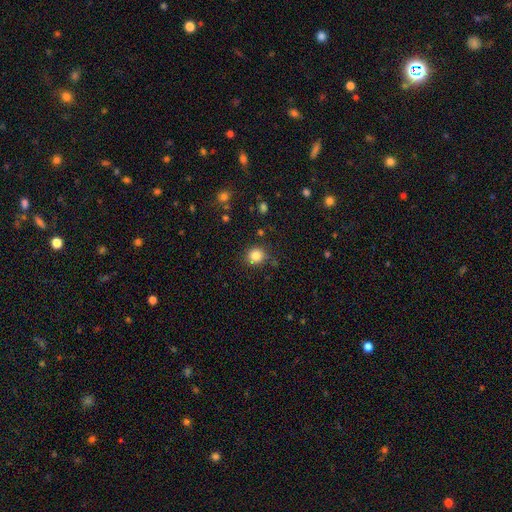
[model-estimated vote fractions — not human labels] The model was most divided on "merging": none: 81%, minor disturbance: 13%, major disturbance: 3%, merger: 3%. More confident: how rounded — round (87%); smooth or featured — smooth (83%).